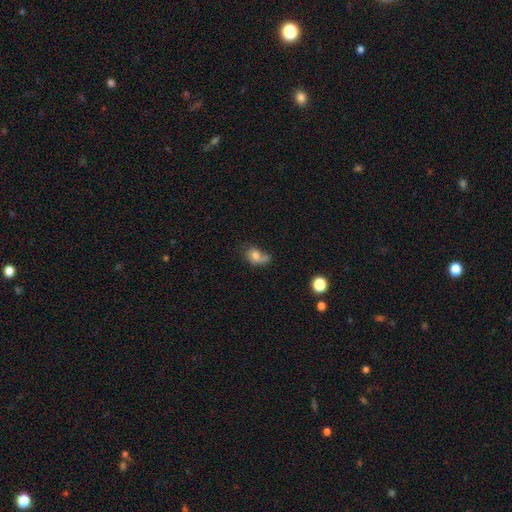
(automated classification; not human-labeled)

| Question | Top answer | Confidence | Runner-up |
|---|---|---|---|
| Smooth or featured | smooth | 62% | featured or disk (26%) |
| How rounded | in between | 65% | round (32%) |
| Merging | none | 33% | minor disturbance (28%) |